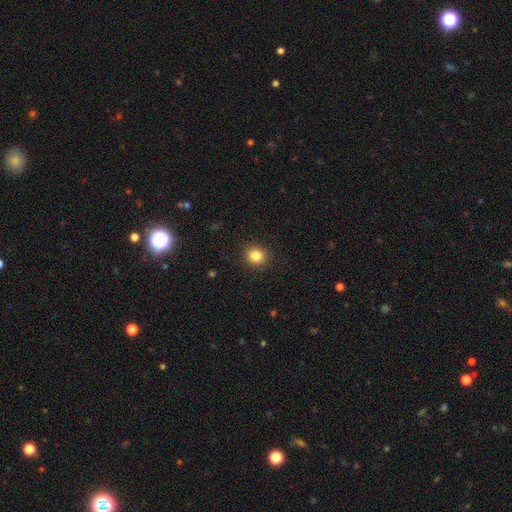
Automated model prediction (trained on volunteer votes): smooth_or_featured: smooth (p=0.84) [alt: star or artifact p=0.11]
how_rounded: round (p=0.82) [alt: in between p=0.17]
merging: none (p=0.90) [alt: minor disturbance p=0.06]